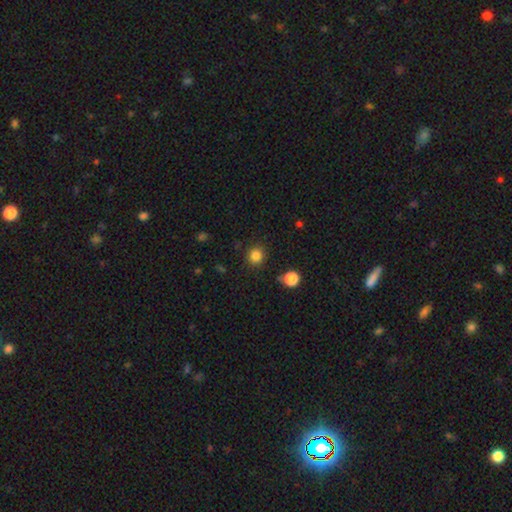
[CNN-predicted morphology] A smooth galaxy with no disk features (84%) that is round (90%). Merging: none (88%).